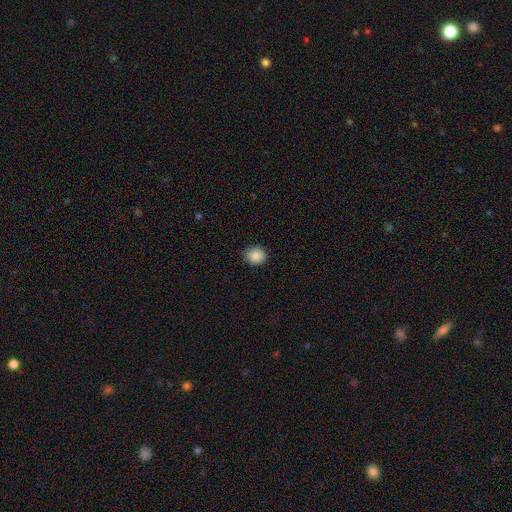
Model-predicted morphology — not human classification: Smooth or featured: smooth — 89% (star or artifact — 9%)
How rounded: round — 79% (in between — 20%)
Merging: none — 90% (minor disturbance — 7%)